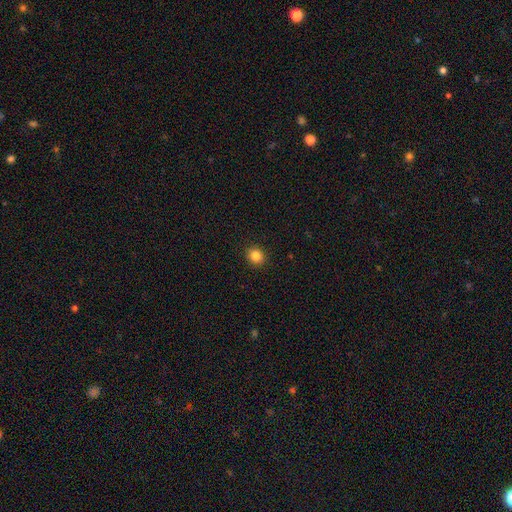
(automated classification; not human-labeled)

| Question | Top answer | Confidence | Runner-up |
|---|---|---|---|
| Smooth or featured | smooth | 85% | star or artifact (11%) |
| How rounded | round | 83% | in between (16%) |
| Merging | none | 92% | minor disturbance (5%) |